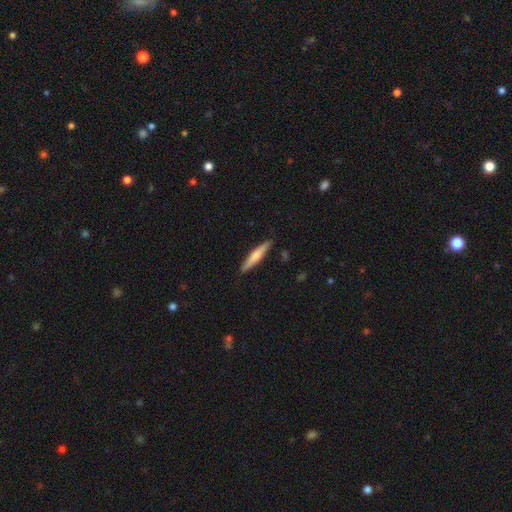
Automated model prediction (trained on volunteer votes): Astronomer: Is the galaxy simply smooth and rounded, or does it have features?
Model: smooth — 60% (runner-up: featured or disk, 35%).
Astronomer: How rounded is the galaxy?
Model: cigar-shaped — 91%.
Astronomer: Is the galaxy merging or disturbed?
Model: none — 89%.